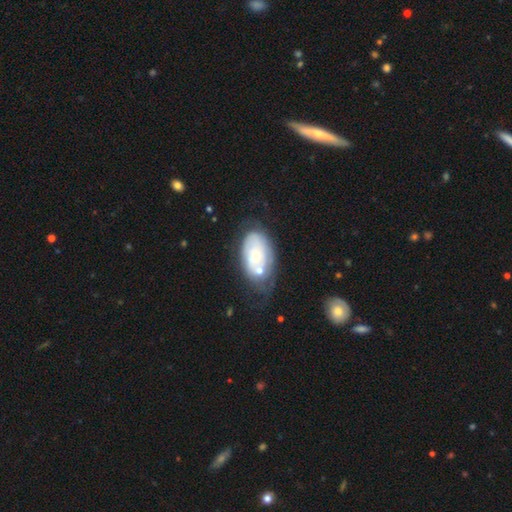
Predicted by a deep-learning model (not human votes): Q: Smooth or featured?
A: featured or disk (51%); runner-up: smooth (42%)
Q: Edge-on disk?
A: no (94%); runner-up: yes (6%)
Q: Merging?
A: none (37%); runner-up: minor disturbance (26%)